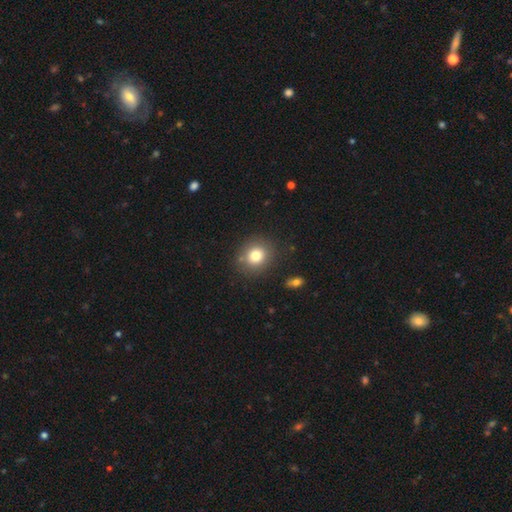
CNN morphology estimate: Smooth or featured: smooth — 78% (star or artifact — 11%)
How rounded: round — 77% (in between — 22%)
Merging: none — 83% (minor disturbance — 10%)